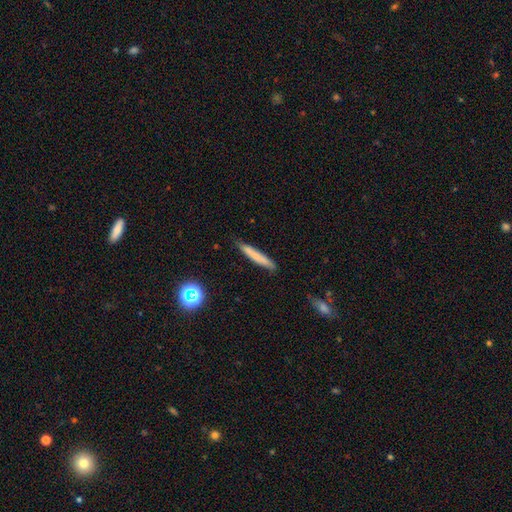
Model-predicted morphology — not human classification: smooth-or-featured: smooth: 67% | featured or disk: 24% | star or artifact: 8%
  how-rounded: cigar-shaped: 93% | in between: 5% | round: 2%
  merging: none: 84% | minor disturbance: 13% | major disturbance: 2% | merger: 2%